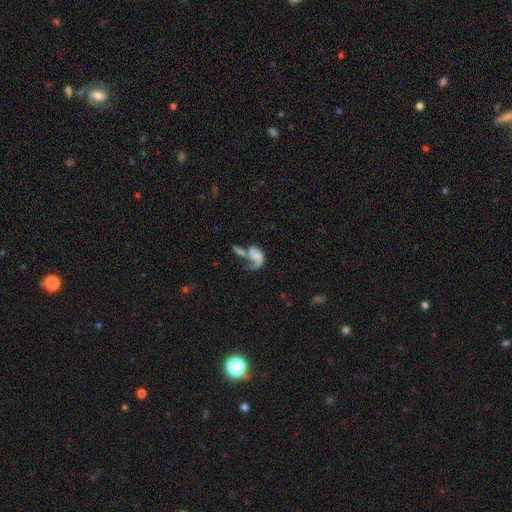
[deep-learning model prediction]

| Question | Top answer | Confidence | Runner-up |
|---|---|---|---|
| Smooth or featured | featured or disk | 53% | smooth (37%) |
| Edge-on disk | no | 97% | yes (3%) |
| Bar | no | 72% | weak (21%) |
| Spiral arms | yes | 67% | no (33%) |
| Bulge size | none | 50% | small (24%) |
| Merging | merger | 47% | major disturbance (27%) |